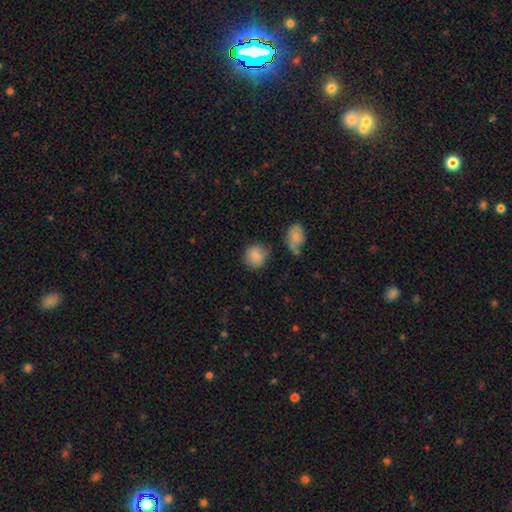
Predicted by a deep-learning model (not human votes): This appears to be a smooth galaxy with no disk features (83%) that is round (84%). Merging: none (74%).